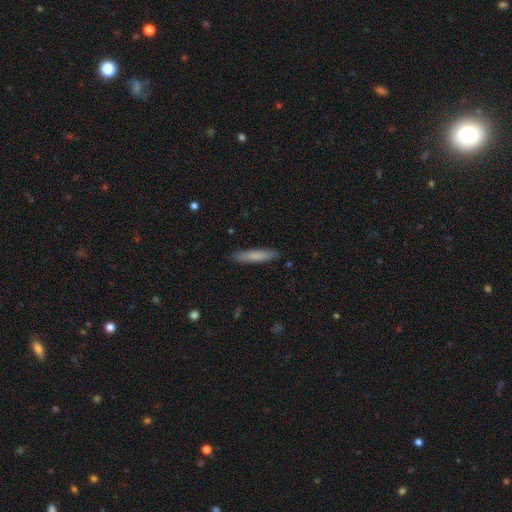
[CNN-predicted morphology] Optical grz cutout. It shows a smooth galaxy with no disk features (77%) that is cigar-shaped (90%). Merging: none (88%).